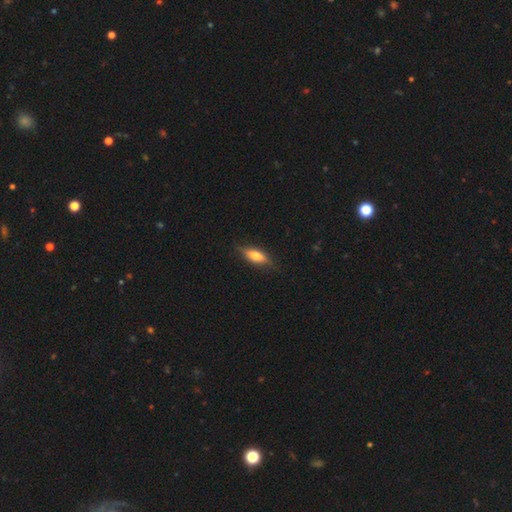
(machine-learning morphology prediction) Smooth or featured: smooth — 60% (featured or disk — 33%)
How rounded: in between — 60% (cigar-shaped — 37%)
Merging: none — 79% (minor disturbance — 17%)